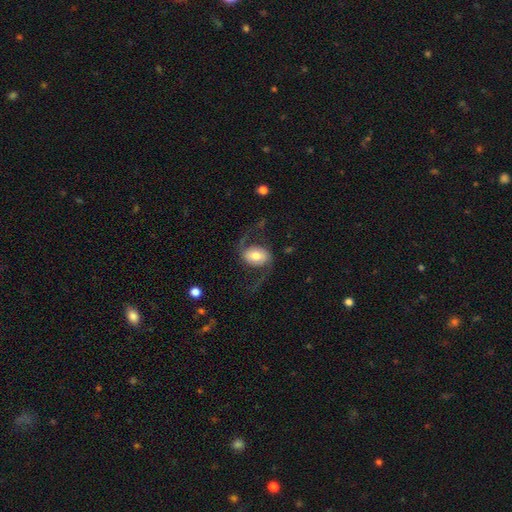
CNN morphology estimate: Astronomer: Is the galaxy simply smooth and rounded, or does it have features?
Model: featured or disk — 76%.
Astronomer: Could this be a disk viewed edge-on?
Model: no — 97%.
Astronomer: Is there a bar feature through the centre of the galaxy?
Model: no — 42% (runner-up: weak, 37%).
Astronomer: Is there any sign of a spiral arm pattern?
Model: yes — 94%.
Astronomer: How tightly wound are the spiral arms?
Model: loose — 75%.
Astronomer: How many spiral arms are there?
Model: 2 — 93%.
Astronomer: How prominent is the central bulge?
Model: moderate — 56%.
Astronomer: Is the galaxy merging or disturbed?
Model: none — 66%.